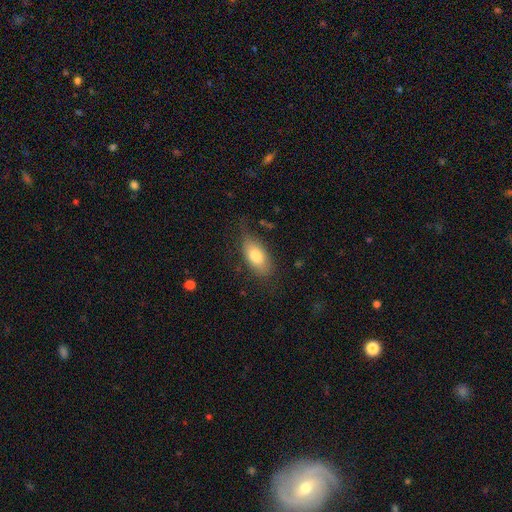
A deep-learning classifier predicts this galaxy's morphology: A smooth galaxy with no disk features (78%) that is in between round and cigar-shaped (90%).

Vote fractions:
- Smooth or featured? smooth: 78% / featured or disk: 15% / star or artifact: 7%
- How rounded? in between: 90% / cigar-shaped: 6% / round: 4%
- Merging? none: 70% / minor disturbance: 21% / major disturbance: 7% / merger: 2%